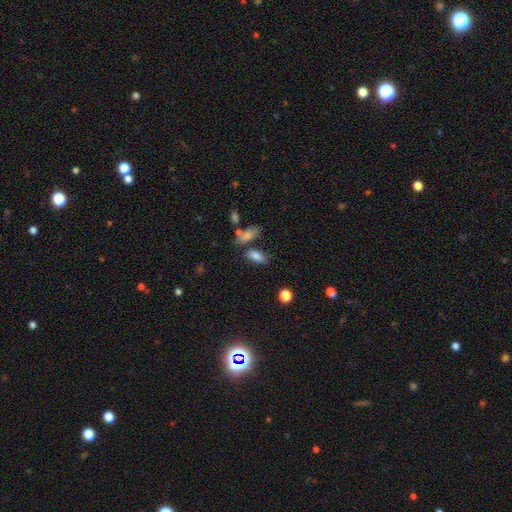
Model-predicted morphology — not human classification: This is clearly a smooth galaxy (82%). How rounded: clearly in between (84%). Merging: likely none (61%).